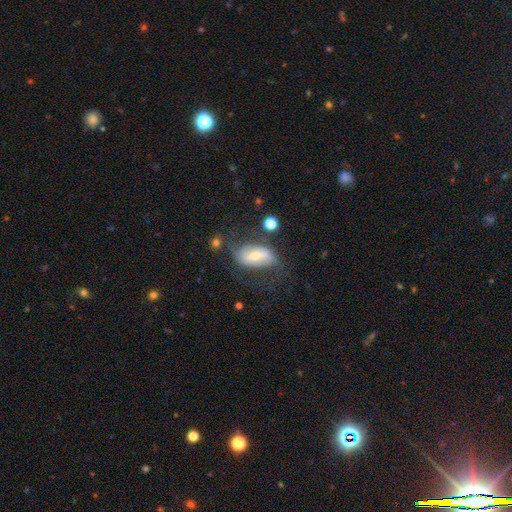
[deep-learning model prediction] The model was most divided on "bar": weak: 40%, strong: 39%, no: 21%. Remaining: edge-on disk — no (93%); spiral arms — yes (80%); smooth or featured — featured or disk (61%); bulge size — small (45%); merging — none (45%).